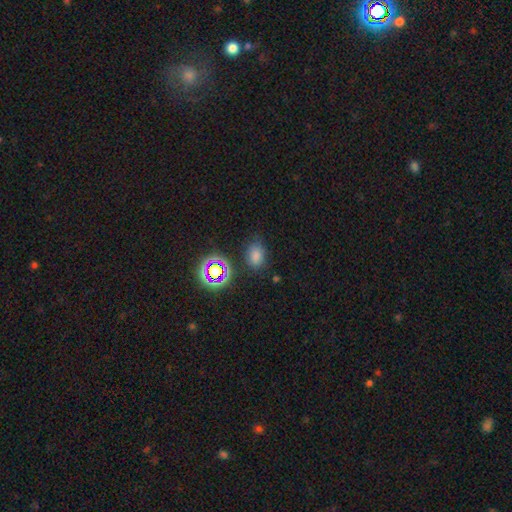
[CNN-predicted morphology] Smooth or featured: smooth — 68% (star or artifact — 25%)
How rounded: in between — 70% (round — 28%)
Merging: none — 76% (minor disturbance — 16%)